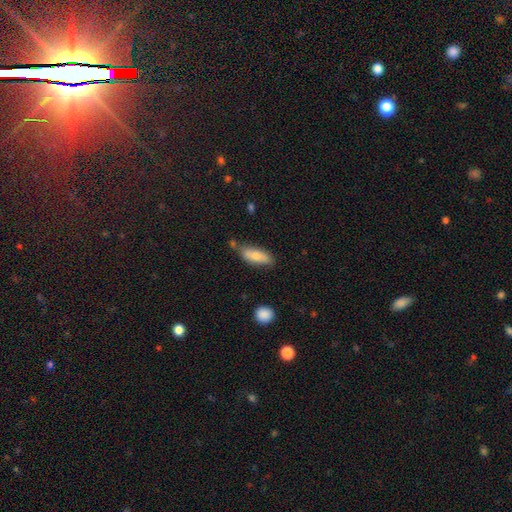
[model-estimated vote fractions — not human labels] smooth_or_featured: smooth (p=0.74) [alt: featured or disk p=0.20]
how_rounded: in between (p=0.65) [alt: cigar-shaped p=0.33]
merging: none (p=0.66) [alt: minor disturbance p=0.21]